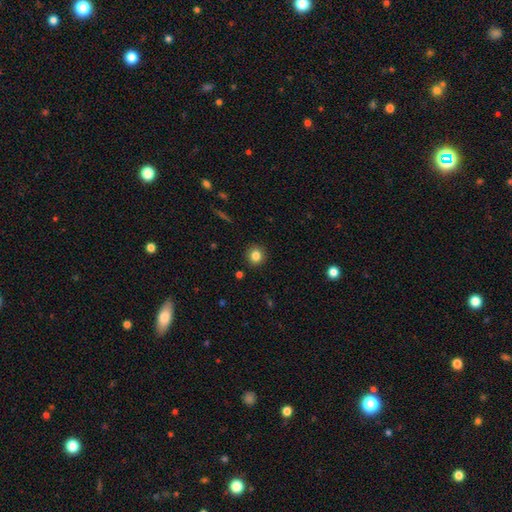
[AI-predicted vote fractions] This is clearly a smooth galaxy (82%). How rounded: clearly round (90%). Merging: clearly none (91%).